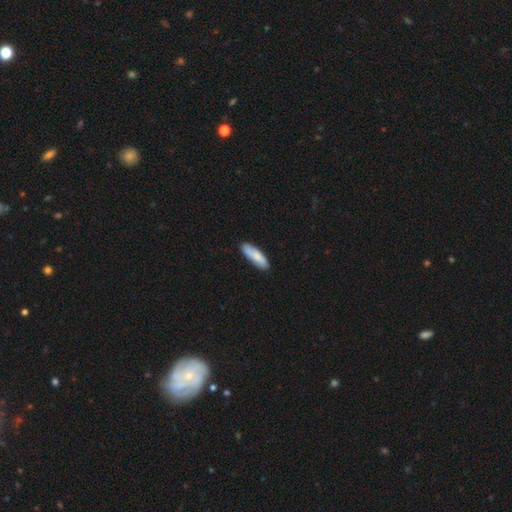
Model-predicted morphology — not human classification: The model was most divided on "how rounded": cigar-shaped: 56%, in between: 42%, round: 2%. More confident: merging — none (86%); smooth or featured — smooth (81%).